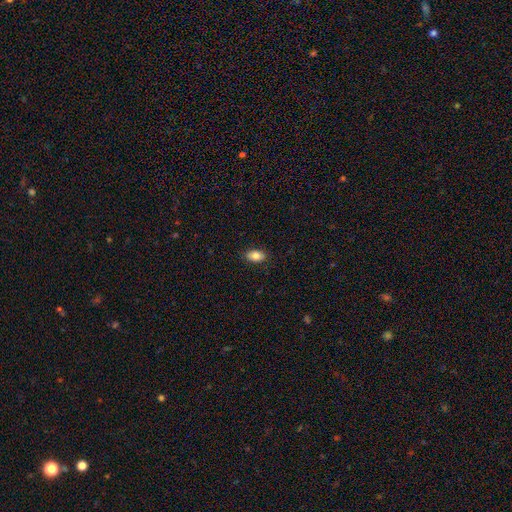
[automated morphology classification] This appears to be a smooth galaxy with no disk features (82%) that is in between round and cigar-shaped (91%). Merging: none (88%).